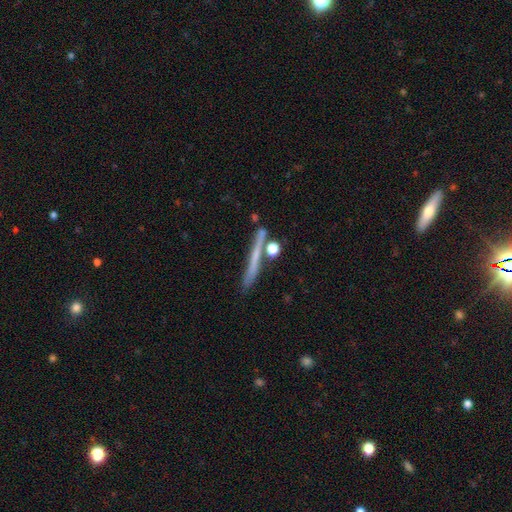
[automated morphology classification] Smooth or featured? smooth (48%)
Merging? none (78%)